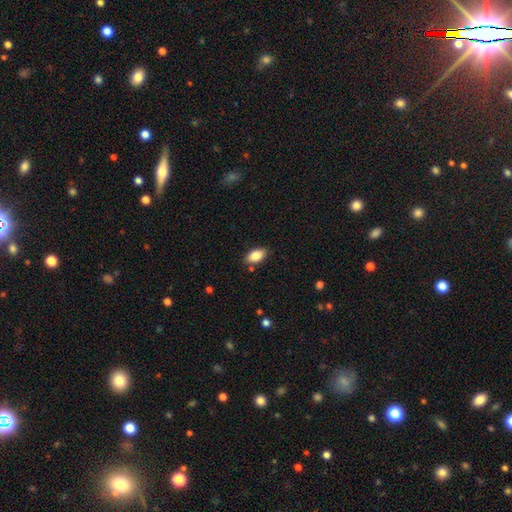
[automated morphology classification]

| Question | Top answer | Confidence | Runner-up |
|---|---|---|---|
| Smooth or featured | smooth | 83% | featured or disk (9%) |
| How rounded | in between | 91% | cigar-shaped (4%) |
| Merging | none | 83% | minor disturbance (12%) |